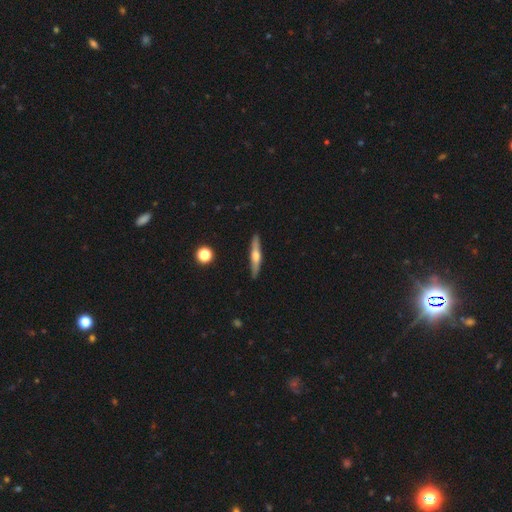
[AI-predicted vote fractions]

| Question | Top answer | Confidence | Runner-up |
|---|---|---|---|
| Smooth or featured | featured or disk | 58% | smooth (36%) |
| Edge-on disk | yes | 95% | no (5%) |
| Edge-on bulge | rounded | 88% | none (7%) |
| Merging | none | 90% | minor disturbance (7%) |